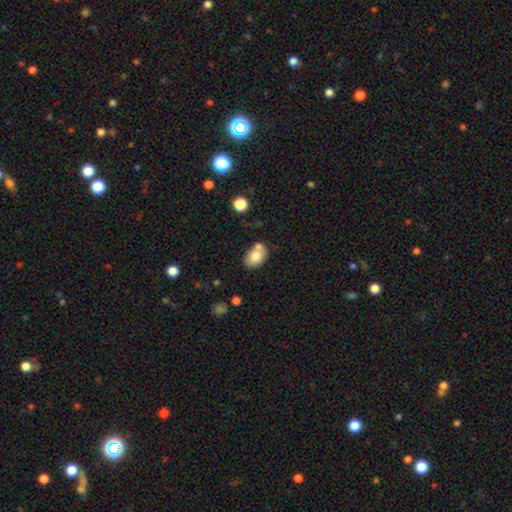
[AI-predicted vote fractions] smooth-or-featured: smooth: 78% | featured or disk: 14% | star or artifact: 8%
  how-rounded: in between: 82% | round: 16% | cigar-shaped: 1%
  merging: none: 62% | merger: 18% | minor disturbance: 17% | major disturbance: 4%